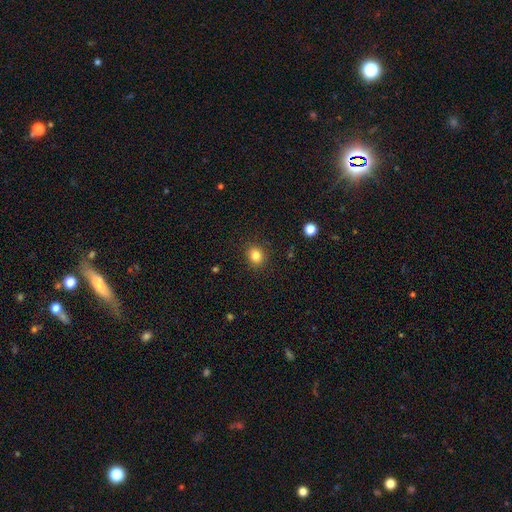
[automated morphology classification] A smooth galaxy with no disk features (83%) that is round (75%). Merging: none (90%).